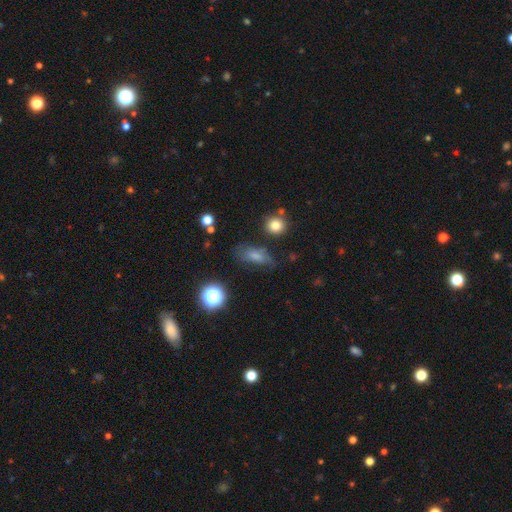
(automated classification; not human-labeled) Q: Smooth or featured?
A: smooth (62%); runner-up: featured or disk (22%)
Q: How rounded?
A: in between (78%); runner-up: round (12%)
Q: Merging?
A: none (54%); runner-up: minor disturbance (28%)